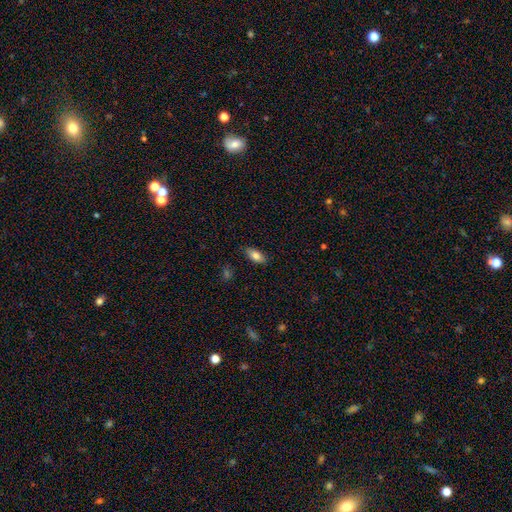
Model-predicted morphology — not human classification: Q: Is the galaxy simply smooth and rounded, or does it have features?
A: smooth — 79%.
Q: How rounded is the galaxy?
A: in between — 86%.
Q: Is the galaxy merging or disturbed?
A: none — 86%.